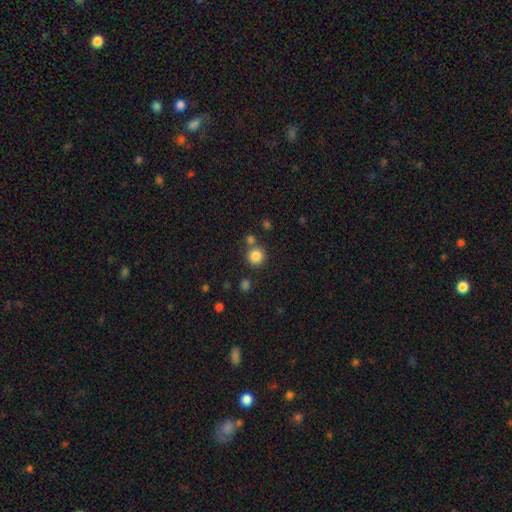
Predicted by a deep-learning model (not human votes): smooth 85%, star or artifact 10%, featured or disk 5%. Down the decision tree: how rounded — round (92%); merging — none (75%).